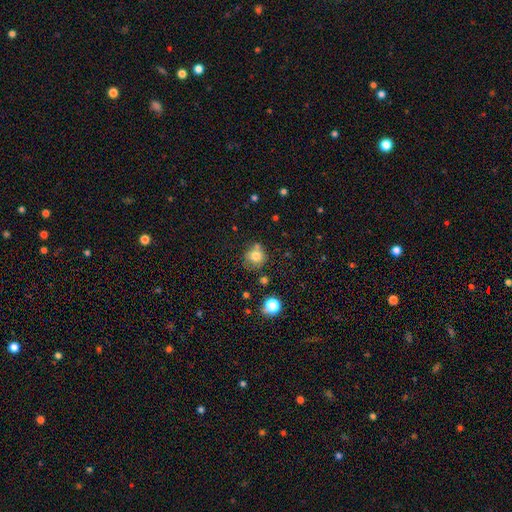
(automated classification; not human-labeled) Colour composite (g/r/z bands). It shows a smooth galaxy with no disk features (77%) that is round (85%). Merging: none (61%).